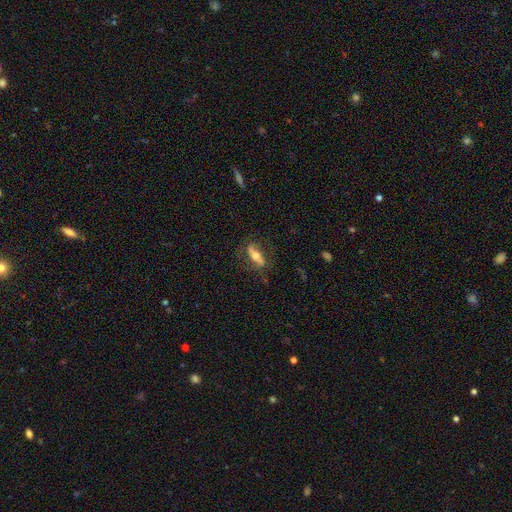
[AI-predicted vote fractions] Q: Smooth or featured?
A: featured or disk (52%); runner-up: smooth (40%)
Q: Edge-on disk?
A: no (60%); runner-up: yes (40%)
Q: Merging?
A: none (68%); runner-up: minor disturbance (18%)